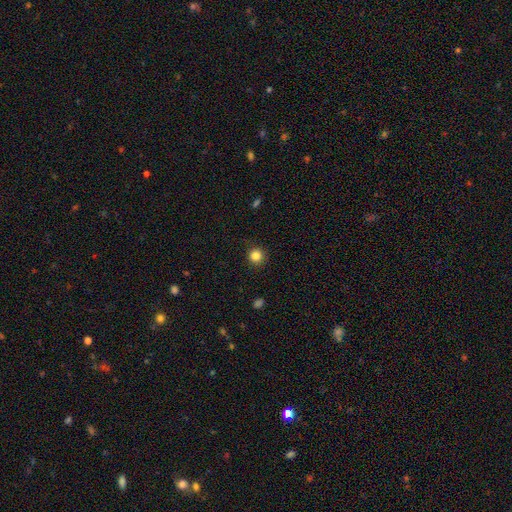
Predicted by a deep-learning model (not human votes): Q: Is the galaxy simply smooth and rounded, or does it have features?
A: smooth — 85%.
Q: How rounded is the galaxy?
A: round — 93%.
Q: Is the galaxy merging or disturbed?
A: none — 90%.